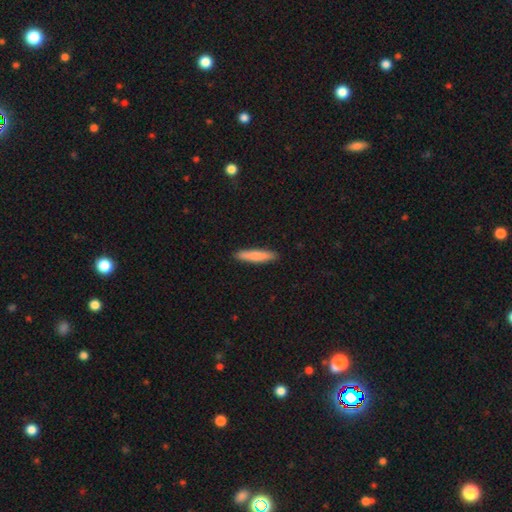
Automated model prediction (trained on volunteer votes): A smooth galaxy with no disk features (81%) that is cigar-shaped (90%). Merging: none (91%).